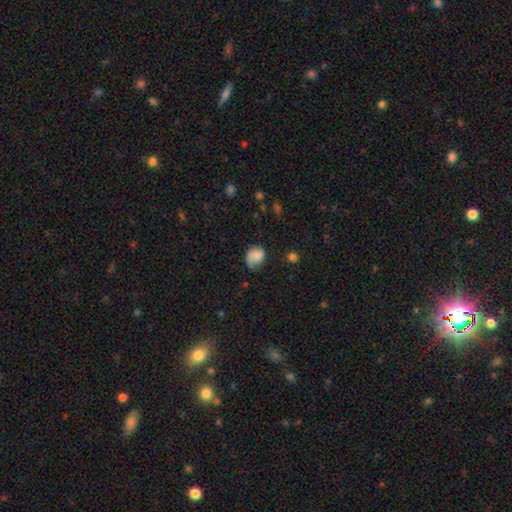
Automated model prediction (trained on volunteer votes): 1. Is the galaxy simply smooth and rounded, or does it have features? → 75% smooth, 16% featured or disk, 8% star or artifact.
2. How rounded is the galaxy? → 54% round, 45% in between, 1% cigar-shaped.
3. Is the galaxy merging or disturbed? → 45% none, 35% minor disturbance, 18% major disturbance, 2% merger.